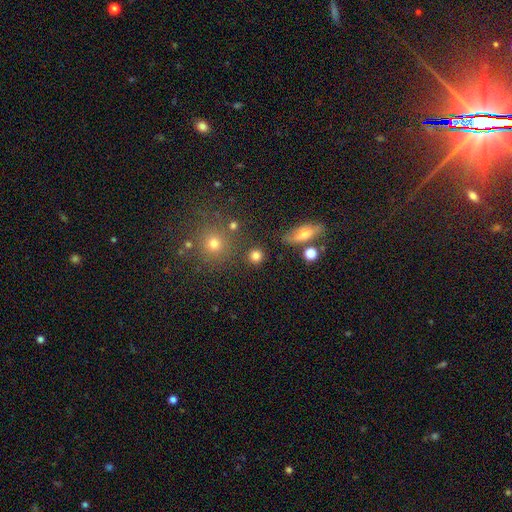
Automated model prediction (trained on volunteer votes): This is clearly a smooth galaxy (80%). How rounded: clearly round (90%). Merging: clearly none (85%).